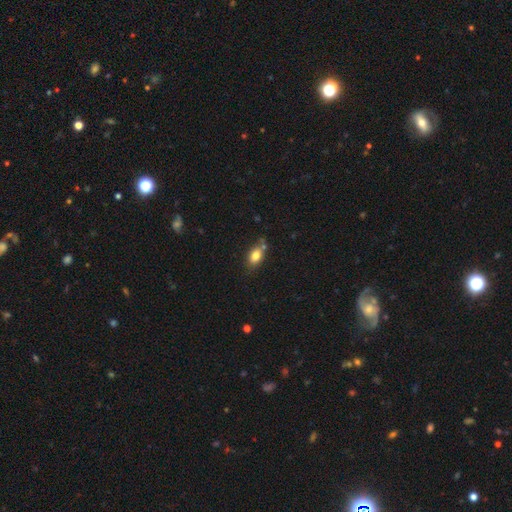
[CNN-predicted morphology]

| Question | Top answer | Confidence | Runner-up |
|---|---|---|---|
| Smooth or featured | smooth | 81% | featured or disk (10%) |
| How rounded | in between | 81% | round (16%) |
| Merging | none | 64% | minor disturbance (20%) |